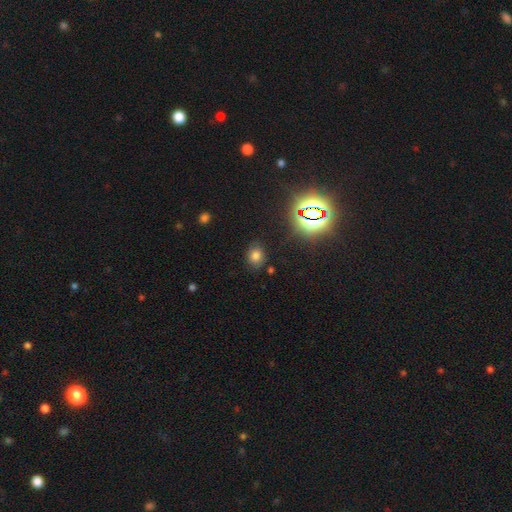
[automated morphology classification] This appears to be a smooth galaxy with no disk features (70%) that is round (52%). Merging: none (82%).